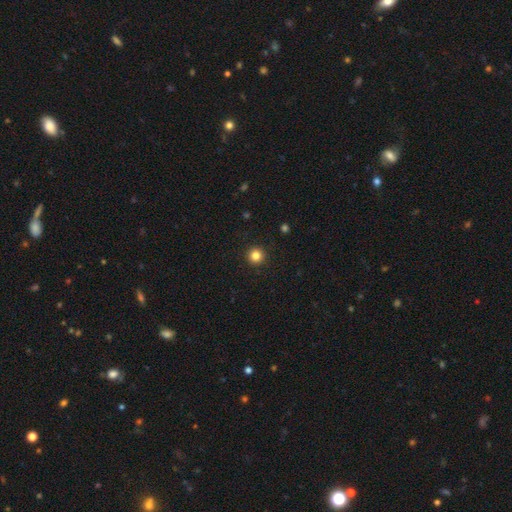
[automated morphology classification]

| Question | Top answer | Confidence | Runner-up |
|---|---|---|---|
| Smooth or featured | smooth | 83% | star or artifact (12%) |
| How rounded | round | 96% | in between (3%) |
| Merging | none | 93% | minor disturbance (4%) |